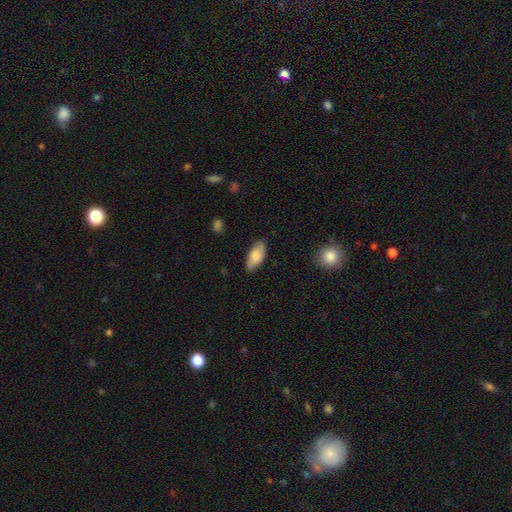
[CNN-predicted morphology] Q: Smooth or featured?
A: smooth (81%); runner-up: featured or disk (13%)
Q: How rounded?
A: in between (90%); runner-up: cigar-shaped (8%)
Q: Merging?
A: none (82%); runner-up: minor disturbance (14%)